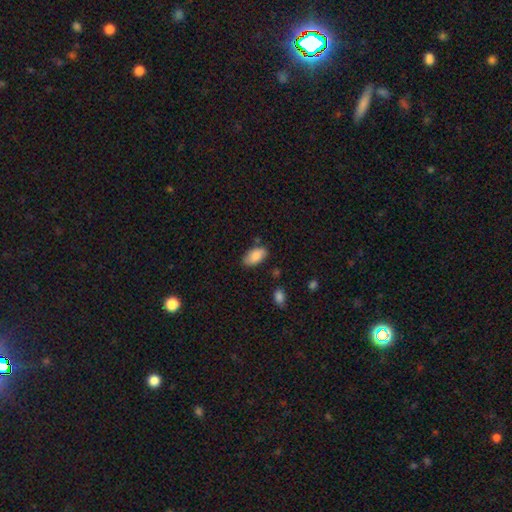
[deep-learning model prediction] smooth 84%, featured or disk 10%, star or artifact 7%. Down the decision tree: how rounded — in between (94%); merging — none (78%).